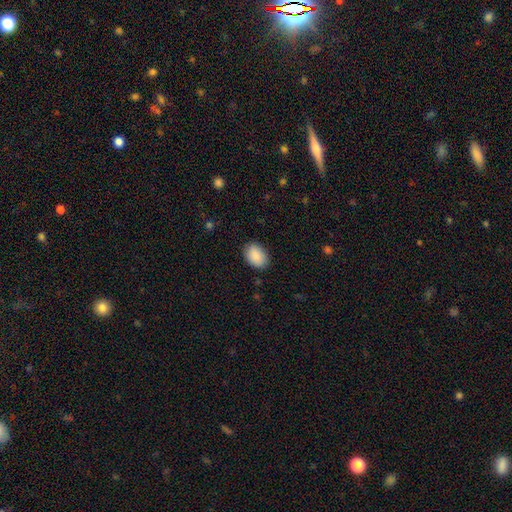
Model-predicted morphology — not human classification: Q: Smooth or featured?
A: smooth (90%); runner-up: star or artifact (6%)
Q: How rounded?
A: in between (85%); runner-up: round (14%)
Q: Merging?
A: none (85%); runner-up: minor disturbance (11%)